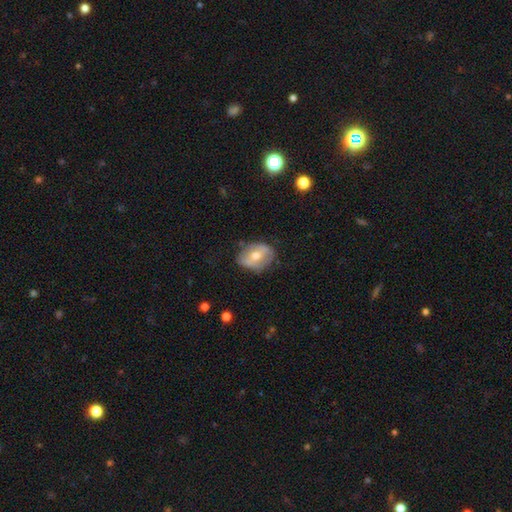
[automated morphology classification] A featured or disk galaxy (49%). Merging: none (69%).